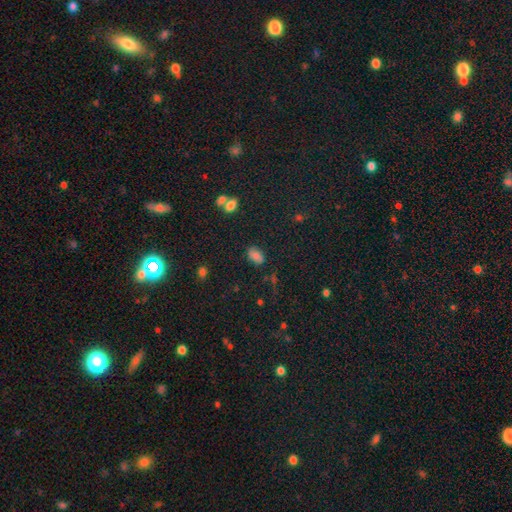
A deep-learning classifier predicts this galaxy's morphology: The model was most divided on "smooth or featured": smooth: 78%, star or artifact: 14%, featured or disk: 8%. More confident: how rounded — in between (90%); merging — none (78%).